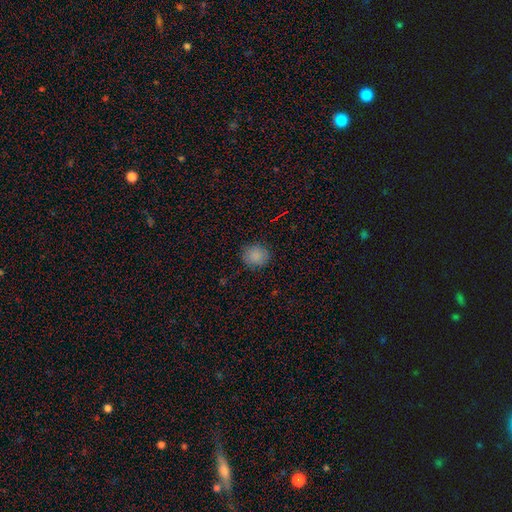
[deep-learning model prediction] Q: Smooth or featured?
A: smooth (86%); runner-up: star or artifact (10%)
Q: How rounded?
A: round (81%); runner-up: in between (18%)
Q: Merging?
A: none (87%); runner-up: minor disturbance (10%)